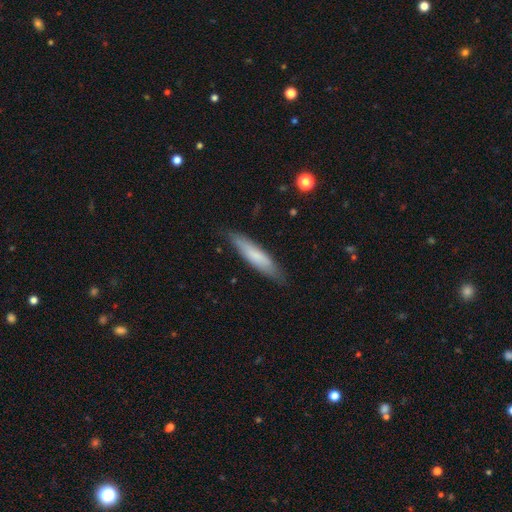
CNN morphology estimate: Smooth or featured? Predicted: smooth (p=0.70). How rounded? Predicted: cigar-shaped (p=0.81). Merging? Predicted: none (p=0.83).